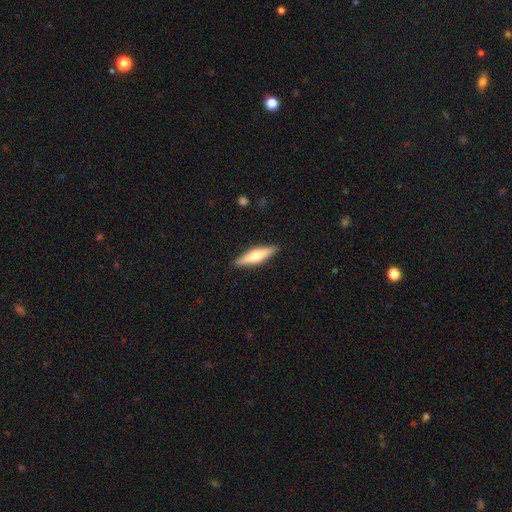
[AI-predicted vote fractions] Smooth or featured: featured or disk — 52% (smooth — 43%)
Edge-on disk: yes — 95% (no — 5%)
Merging: none — 90% (minor disturbance — 7%)